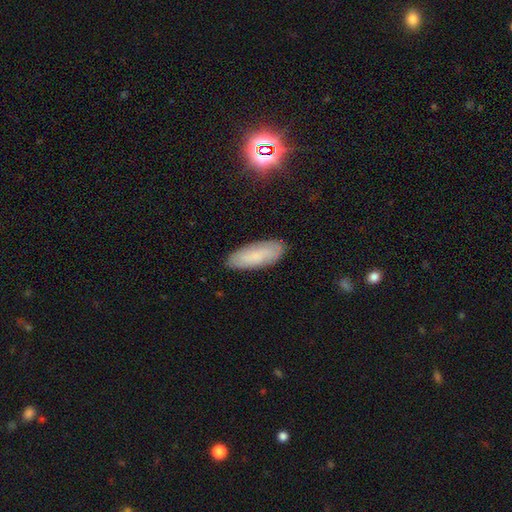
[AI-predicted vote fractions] This is likely a smooth galaxy (69%). How rounded: likely in between (71%). Merging: clearly none (86%).